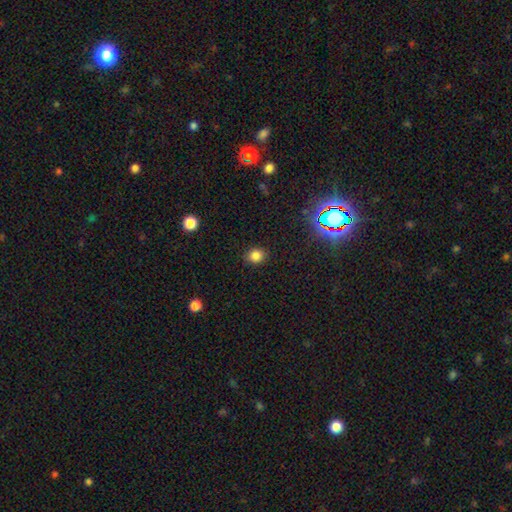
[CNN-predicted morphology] A smooth galaxy with no disk features (81%) that is round (69%).

Vote fractions:
- Smooth or featured? smooth: 81% / star or artifact: 14% / featured or disk: 5%
- How rounded? round: 69% / in between: 30% / cigar-shaped: 1%
- Merging? none: 88% / minor disturbance: 9% / major disturbance: 2% / merger: 1%